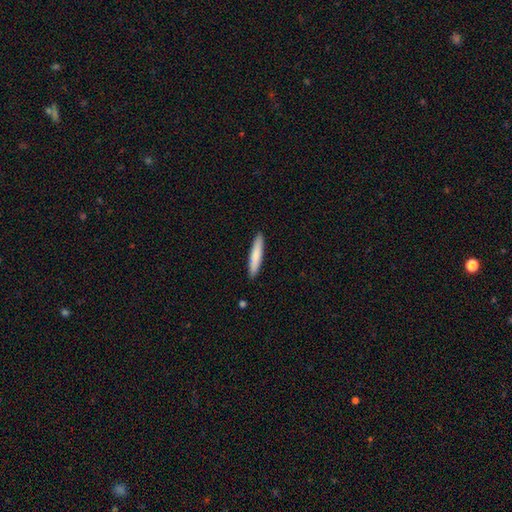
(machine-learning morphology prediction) Smooth or featured: smooth — 80% (featured or disk — 15%)
How rounded: cigar-shaped — 90% (in between — 9%)
Merging: none — 91% (minor disturbance — 7%)